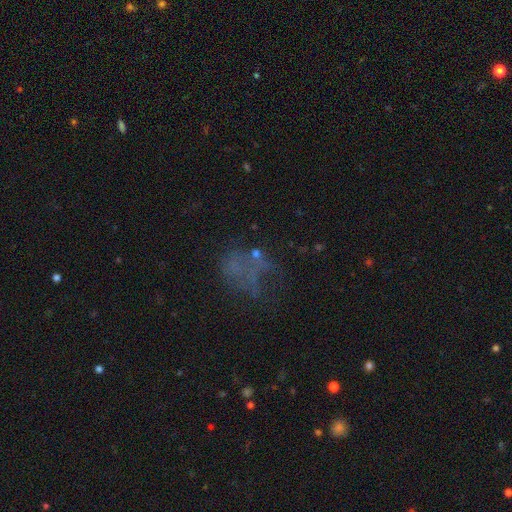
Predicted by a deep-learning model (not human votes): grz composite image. It shows a featured or disk galaxy (37%). Merging: none (40%).